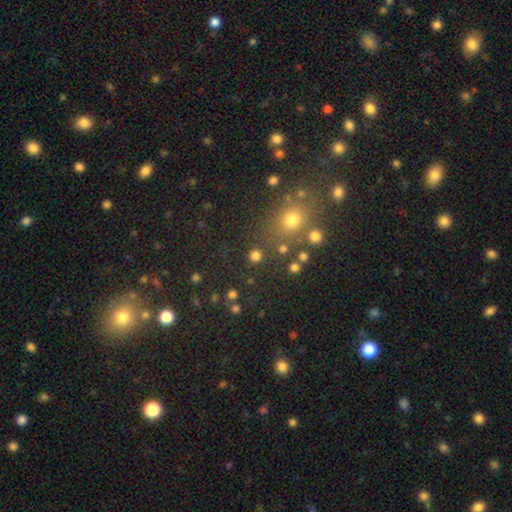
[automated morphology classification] This appears to be a smooth galaxy with no disk features (77%) that is round (91%). Merging: none (82%).